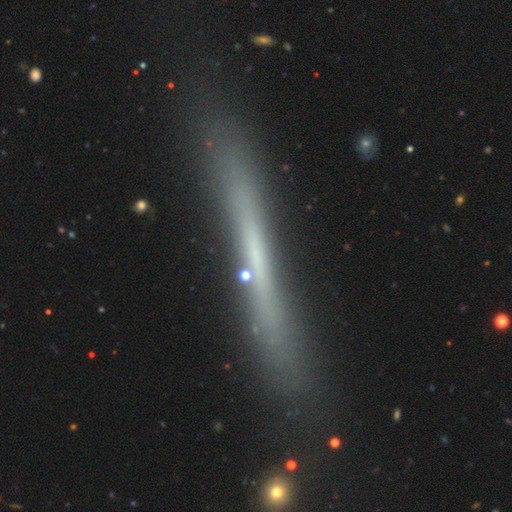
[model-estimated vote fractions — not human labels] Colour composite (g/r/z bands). It shows a featured or disk galaxy (50%) viewed edge-on (88%). Merging: none (77%).